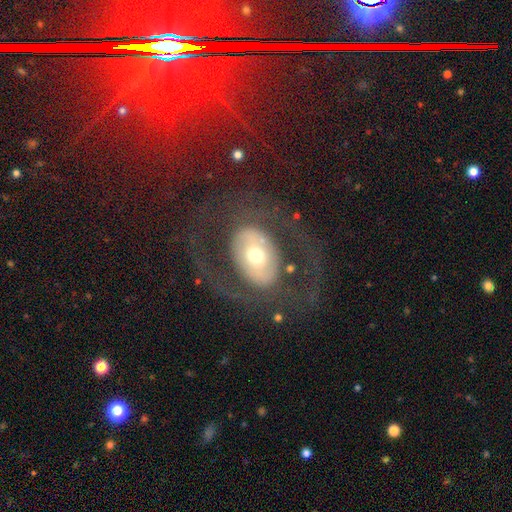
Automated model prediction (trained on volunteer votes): Smooth or featured? featured or disk (67%)
Edge-on disk? no (93%)
Bar? no (59%)
Spiral arms? no (54%)
Bulge size? moderate (64%)
Merging? none (70%)